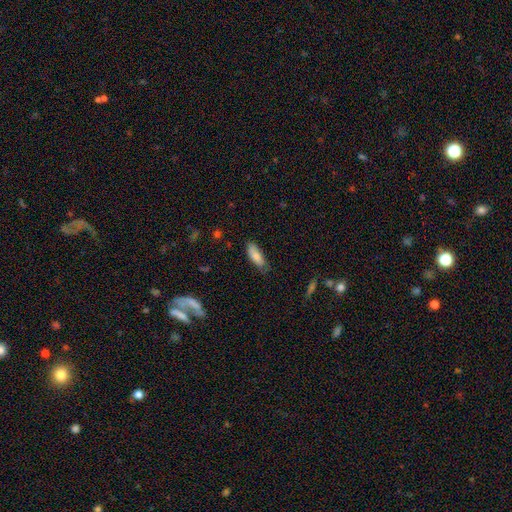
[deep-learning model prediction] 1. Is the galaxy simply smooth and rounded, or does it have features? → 84% smooth, 10% featured or disk, 6% star or artifact.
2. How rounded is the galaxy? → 68% in between, 30% cigar-shaped, 2% round.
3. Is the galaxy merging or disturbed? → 69% none, 25% minor disturbance, 4% major disturbance, 2% merger.